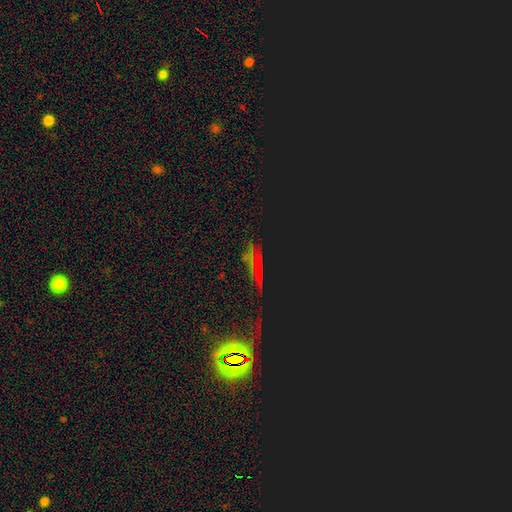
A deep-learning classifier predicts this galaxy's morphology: smooth-or-featured: star or artifact: 79% | smooth: 13% | featured or disk: 8%